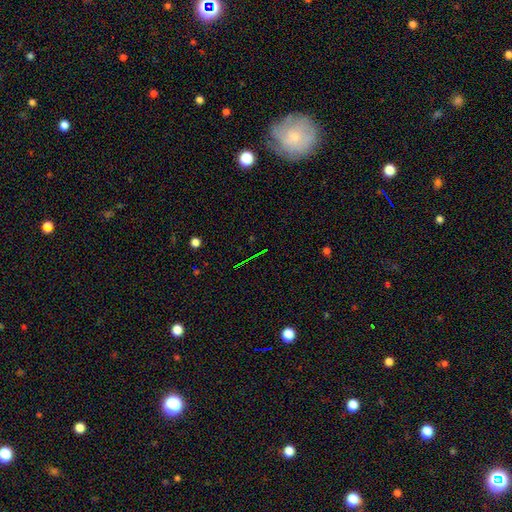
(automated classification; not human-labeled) Smooth or featured? star or artifact (57%)